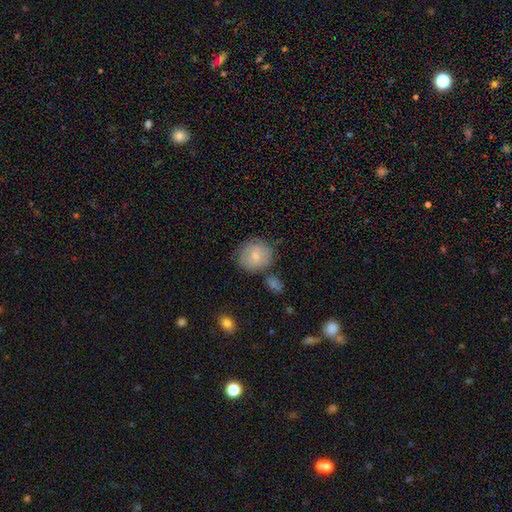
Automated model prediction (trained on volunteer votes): smooth_or_featured: smooth (p=0.66) [alt: featured or disk p=0.27]
how_rounded: round (p=0.85) [alt: in between p=0.14]
merging: none (p=0.71) [alt: minor disturbance p=0.15]